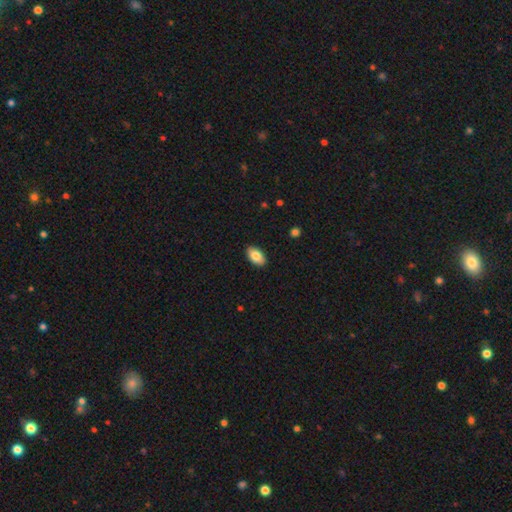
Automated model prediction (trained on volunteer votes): A smooth galaxy with no disk features (83%) that is in between round and cigar-shaped (93%). Merging: none (90%).